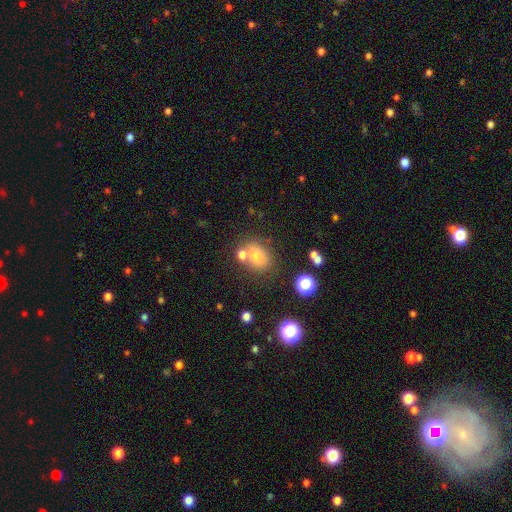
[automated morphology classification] This appears to be a smooth galaxy with no disk features (69%) that is in between round and cigar-shaped (51%). Merging: none (65%).